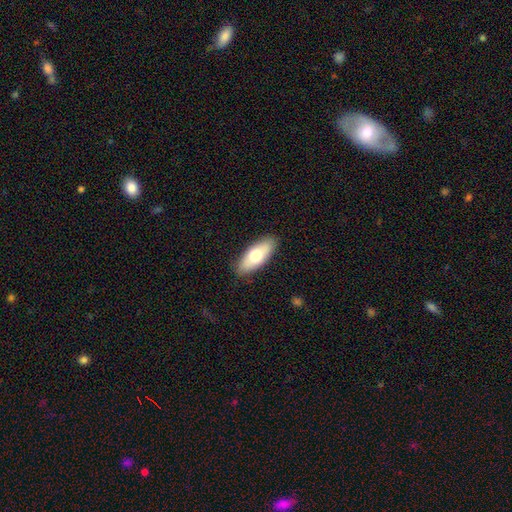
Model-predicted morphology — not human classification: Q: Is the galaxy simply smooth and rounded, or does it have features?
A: smooth — 69%.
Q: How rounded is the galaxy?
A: in between — 79%.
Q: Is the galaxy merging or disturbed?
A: none — 88%.